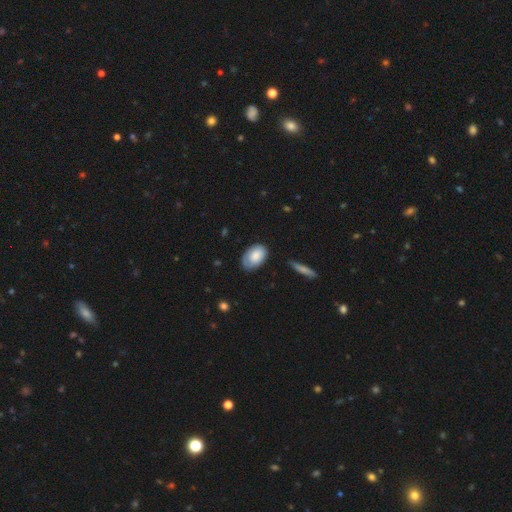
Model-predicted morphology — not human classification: This appears to be a smooth galaxy with no disk features (74%) that is in between round and cigar-shaped (90%). Merging: none (70%).